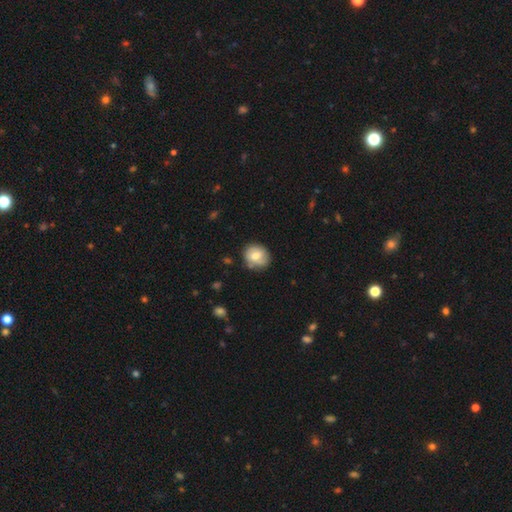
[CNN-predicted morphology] smooth-or-featured: smooth: 69% | featured or disk: 23% | star or artifact: 8%
  how-rounded: round: 76% | in between: 23% | cigar-shaped: 1%
  merging: none: 73% | minor disturbance: 20% | major disturbance: 4% | merger: 3%